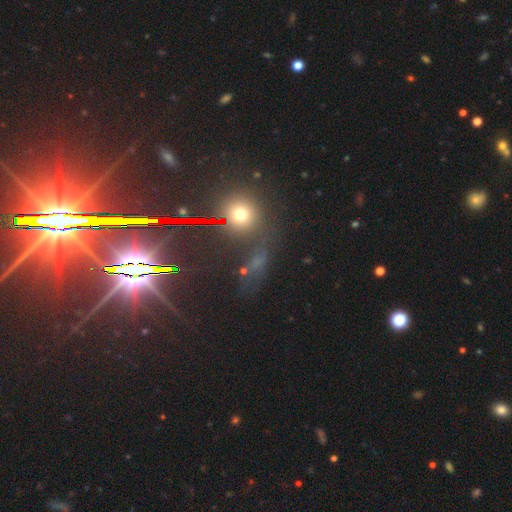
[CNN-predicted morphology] type=star or artifact (62%).